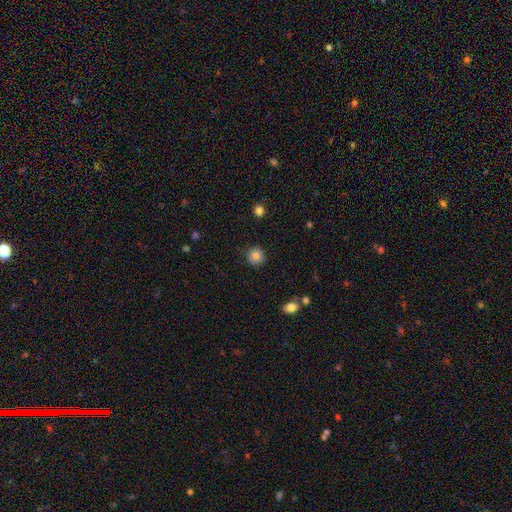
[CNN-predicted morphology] Smooth or featured?
  - smooth: 82% *
  - star or artifact: 10%
  - featured or disk: 7%
How rounded?
  - round: 93% *
  - in between: 6%
  - cigar-shaped: 1%
Merging?
  - none: 88% *
  - minor disturbance: 8%
  - major disturbance: 2%
  - merger: 1%